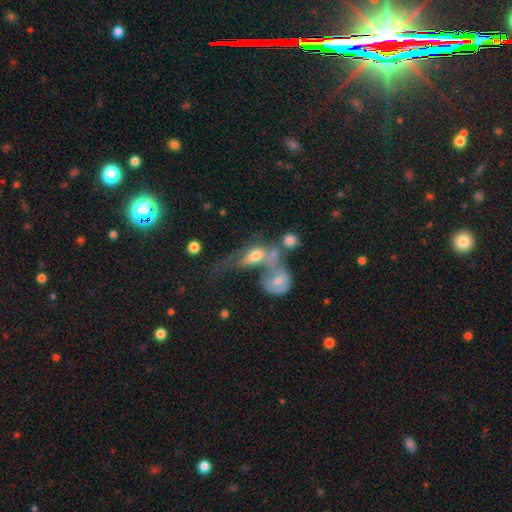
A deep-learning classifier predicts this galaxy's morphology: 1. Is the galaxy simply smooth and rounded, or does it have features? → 52% smooth, 36% featured or disk, 11% star or artifact.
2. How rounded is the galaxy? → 75% in between, 16% round, 9% cigar-shaped.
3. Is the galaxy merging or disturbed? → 59% merger, 20% major disturbance, 12% none, 8% minor disturbance.